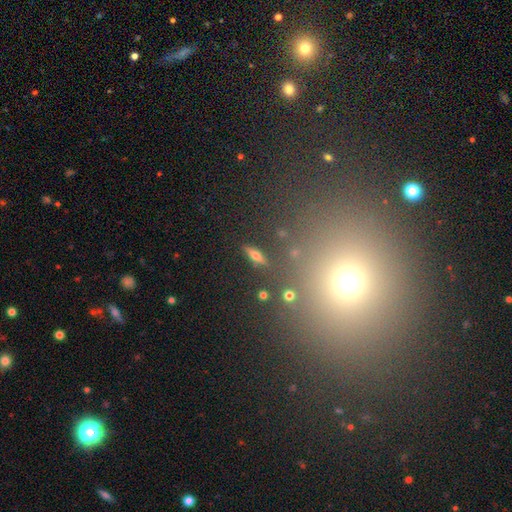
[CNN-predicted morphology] A featured or disk galaxy (45%). Merging: none (85%).